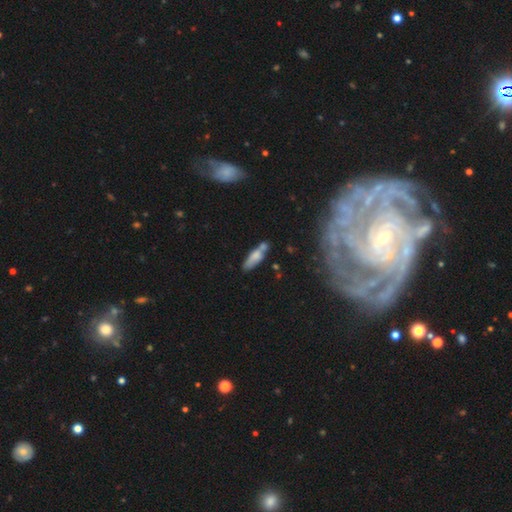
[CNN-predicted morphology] A smooth galaxy with no disk features (69%) that is cigar-shaped (53%).

Vote fractions:
- Smooth or featured? smooth: 69% / featured or disk: 23% / star or artifact: 8%
- How rounded? cigar-shaped: 53% / in between: 45% / round: 3%
- Merging? none: 46% / merger: 25% / minor disturbance: 22% / major disturbance: 7%